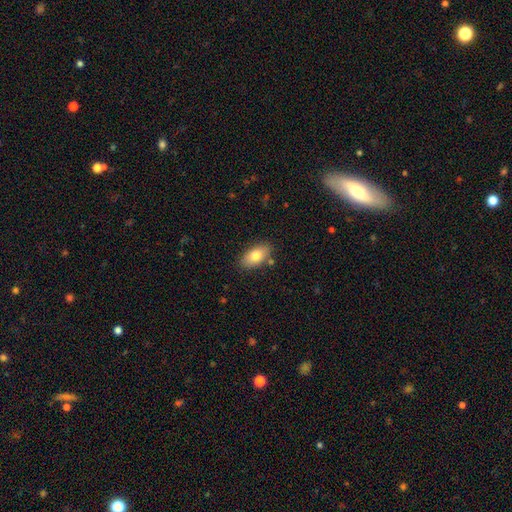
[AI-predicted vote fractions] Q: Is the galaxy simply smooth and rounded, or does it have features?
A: smooth — 77%.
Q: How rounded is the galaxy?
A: in between — 90%.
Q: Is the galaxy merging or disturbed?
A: none — 83%.